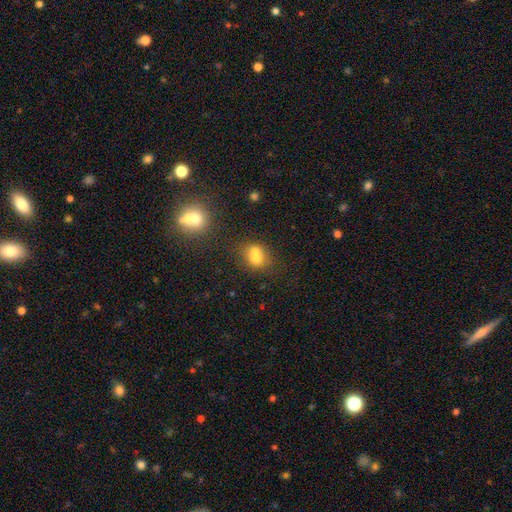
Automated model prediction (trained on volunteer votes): This appears to be a smooth galaxy with no disk features (68%) that is round (66%). Merging: merger (57%).